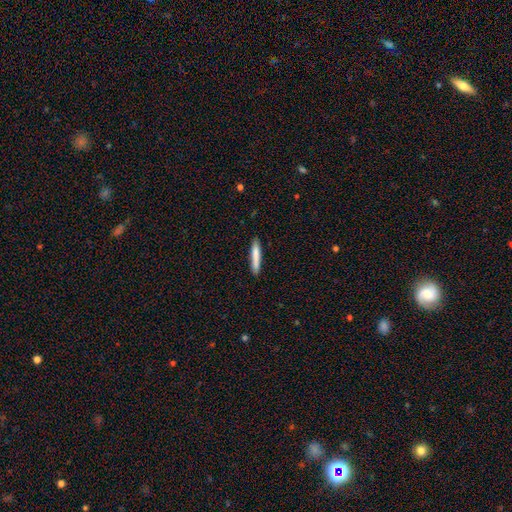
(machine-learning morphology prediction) Smooth or featured? smooth (80%)
How rounded? cigar-shaped (93%)
Merging? none (87%)